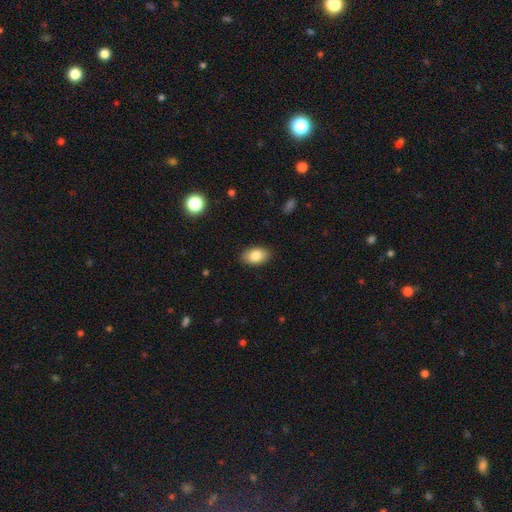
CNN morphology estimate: A smooth galaxy with no disk features (83%) that is in between round and cigar-shaped (90%).

Vote fractions:
- Smooth or featured? smooth: 83% / featured or disk: 9% / star or artifact: 7%
- How rounded? in between: 90% / round: 8% / cigar-shaped: 1%
- Merging? none: 88% / minor disturbance: 9% / major disturbance: 2% / merger: 1%